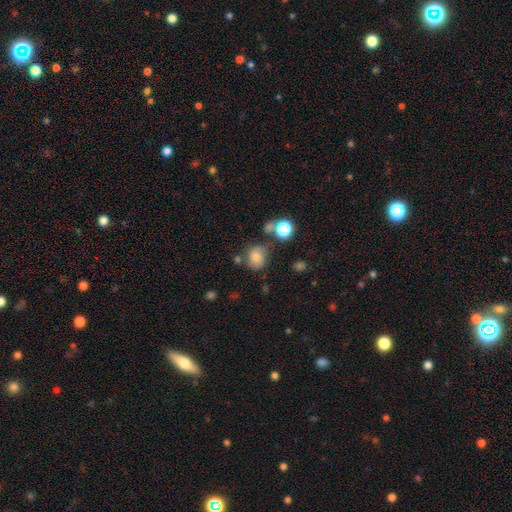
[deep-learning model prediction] The model was most divided on "merging": none: 60%, minor disturbance: 21%, merger: 10%, major disturbance: 9%. More confident: how rounded — round (72%); smooth or featured — smooth (67%).